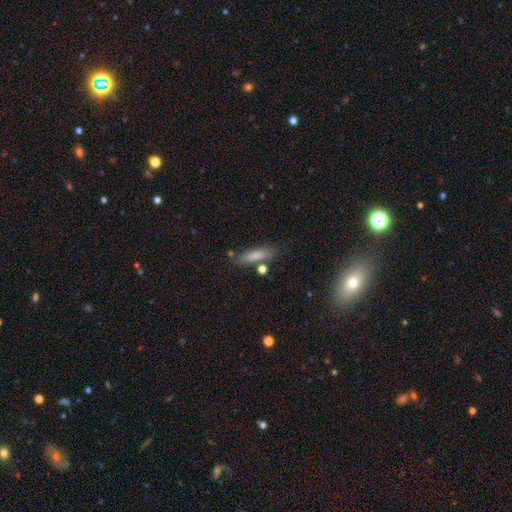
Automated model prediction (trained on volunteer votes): Q: Smooth or featured?
A: smooth (79%); runner-up: featured or disk (14%)
Q: How rounded?
A: cigar-shaped (64%); runner-up: in between (34%)
Q: Merging?
A: none (75%); runner-up: minor disturbance (13%)